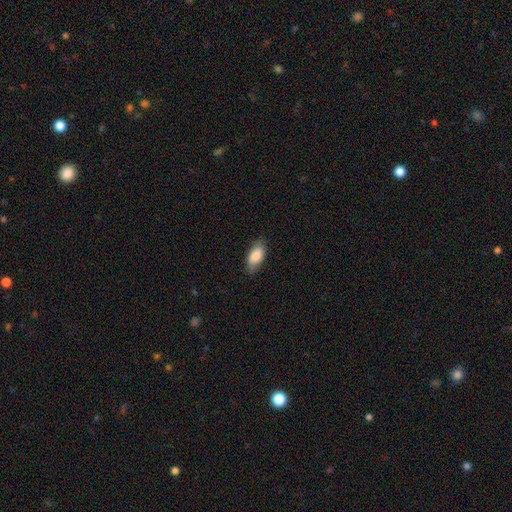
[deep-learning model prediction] smooth 84%, featured or disk 10%, star or artifact 6%. Down the decision tree: how rounded — in between (91%); merging — none (78%).